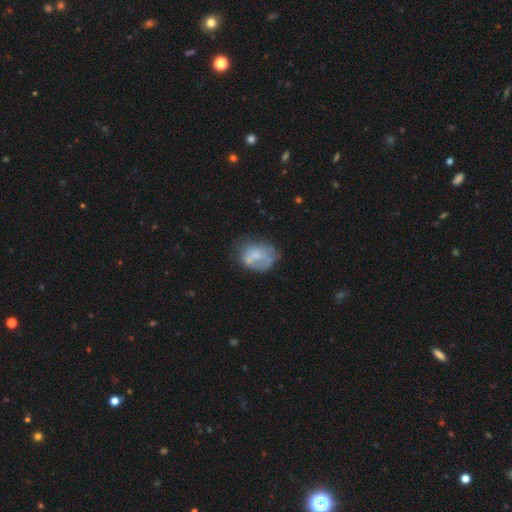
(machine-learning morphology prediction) Smooth or featured? Predicted: smooth (p=0.54). How rounded? Predicted: in between (p=0.57). Merging? Predicted: none (p=0.44).